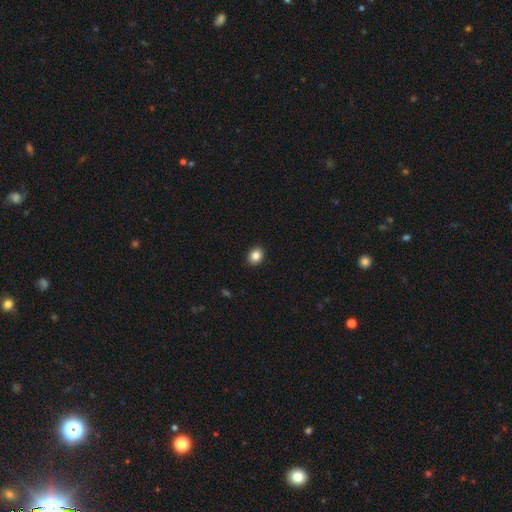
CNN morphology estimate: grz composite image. It shows a smooth galaxy with no disk features (86%) that is round (54%). Merging: none (90%).